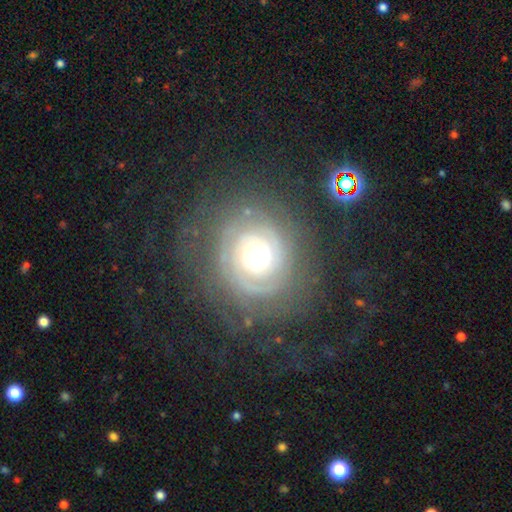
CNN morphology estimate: Smooth or featured? featured or disk (80%)
Edge-on disk? no (97%)
Bar? no (80%)
Spiral arms? yes (90%)
Spiral winding? tight (78%)
Spiral arm count? can't tell (36%)
Bulge size? moderate (63%)
Merging? none (74%)